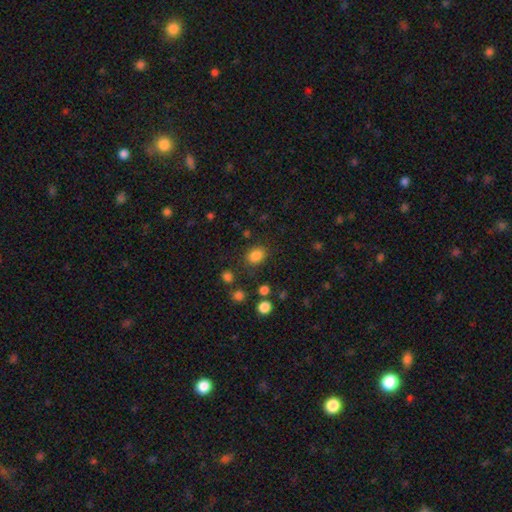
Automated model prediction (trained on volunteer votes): Q: Smooth or featured?
A: smooth (84%); runner-up: star or artifact (12%)
Q: How rounded?
A: in between (58%); runner-up: round (41%)
Q: Merging?
A: none (79%); runner-up: minor disturbance (12%)